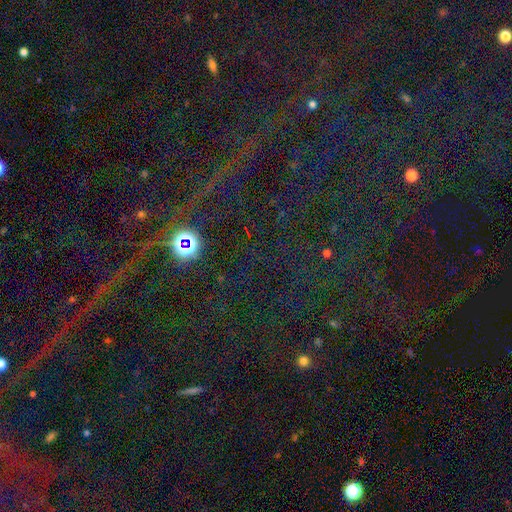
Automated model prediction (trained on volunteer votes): Smooth or featured? star or artifact (80%)